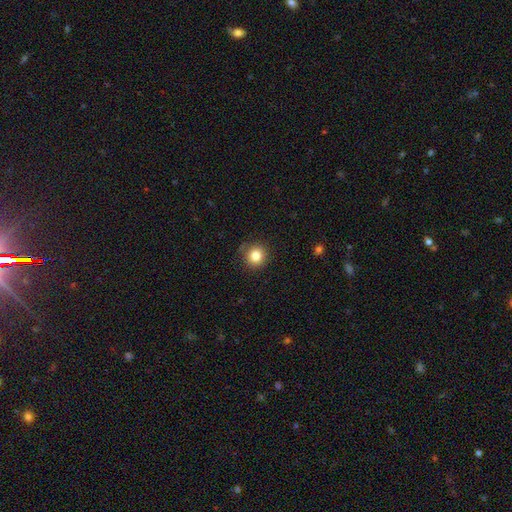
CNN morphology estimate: This appears to be a smooth galaxy with no disk features (83%) that is round (92%). Merging: none (86%).